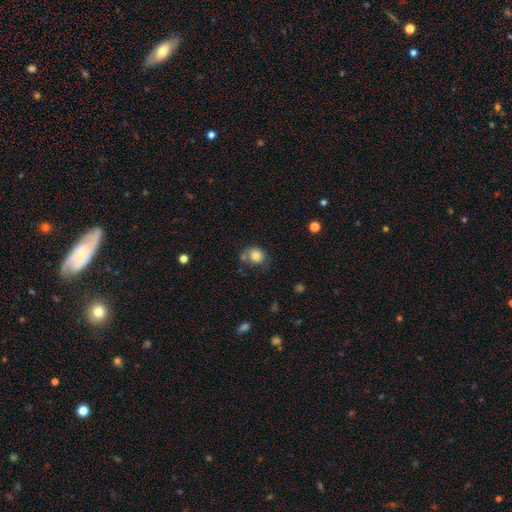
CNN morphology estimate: type=smooth (81%); roundness=round (63%); merging=none (54%).